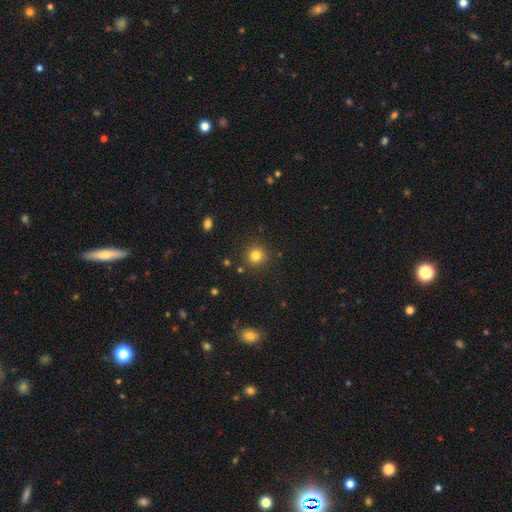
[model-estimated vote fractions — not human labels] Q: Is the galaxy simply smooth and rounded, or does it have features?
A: smooth — 81%.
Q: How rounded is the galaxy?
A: round — 92%.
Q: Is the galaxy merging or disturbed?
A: none — 89%.